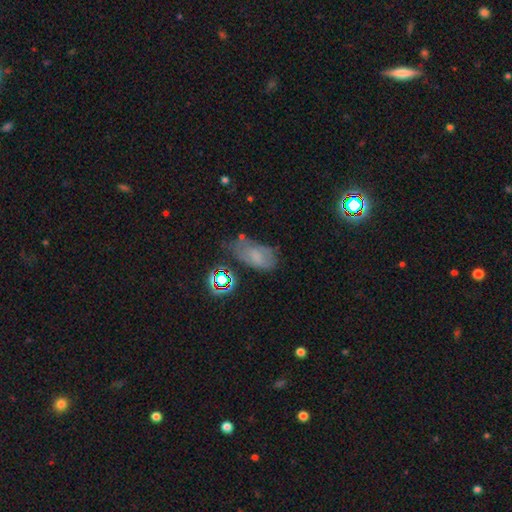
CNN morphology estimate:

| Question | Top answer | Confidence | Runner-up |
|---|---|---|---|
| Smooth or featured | smooth | 48% | featured or disk (31%) |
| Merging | none | 46% | minor disturbance (31%) |